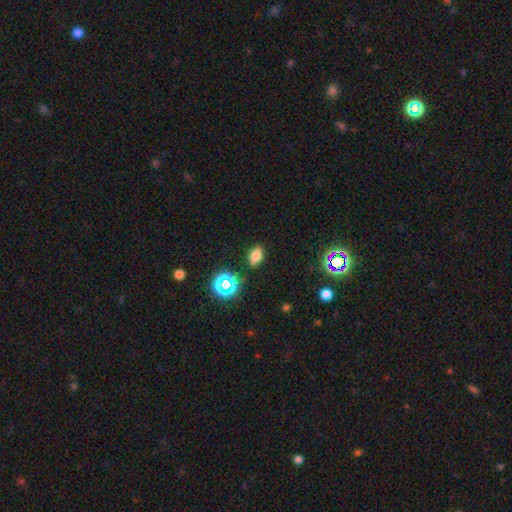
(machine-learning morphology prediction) A smooth galaxy with no disk features (74%) that is in between round and cigar-shaped (85%). Merging: none (86%).